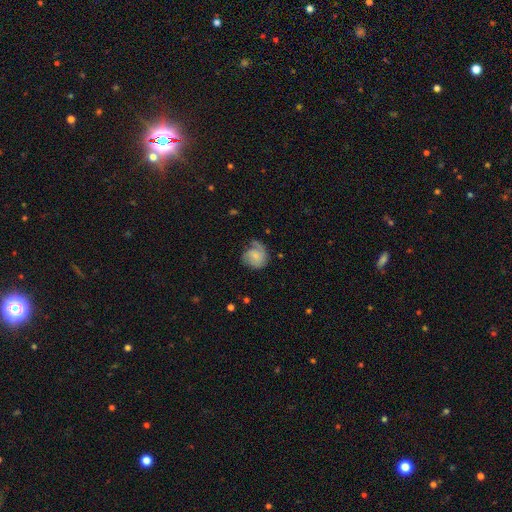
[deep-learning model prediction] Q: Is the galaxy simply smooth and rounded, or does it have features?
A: smooth — 48%.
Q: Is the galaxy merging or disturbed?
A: none — 47%.